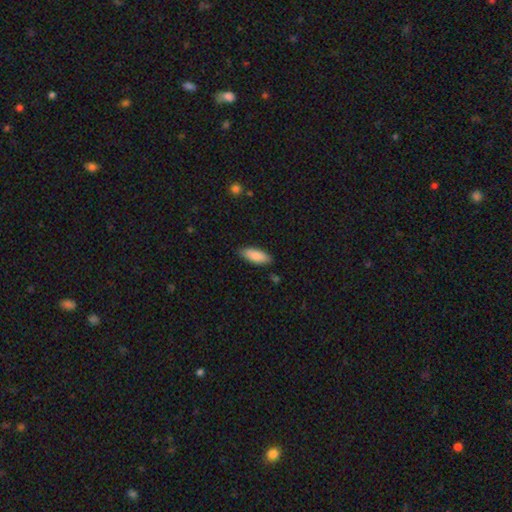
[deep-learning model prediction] Smooth or featured: smooth — 86% (featured or disk — 8%)
How rounded: in between — 78% (cigar-shaped — 20%)
Merging: none — 84% (minor disturbance — 12%)